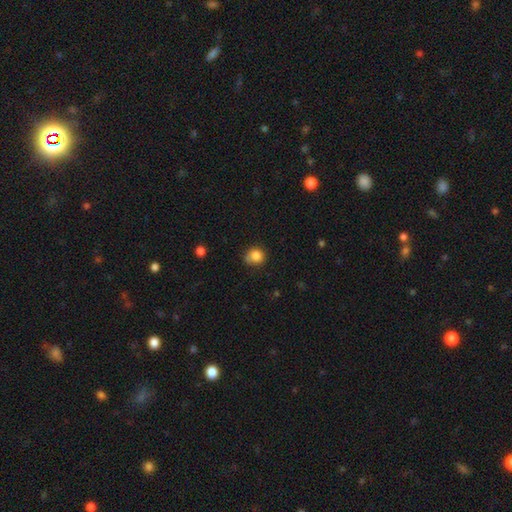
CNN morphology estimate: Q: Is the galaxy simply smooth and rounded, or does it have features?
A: smooth — 84%.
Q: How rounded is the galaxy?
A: round — 80%.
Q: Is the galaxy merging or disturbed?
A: none — 66%.